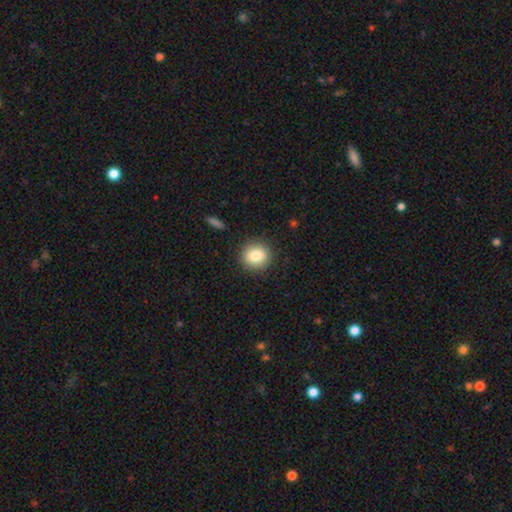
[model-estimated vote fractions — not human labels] Smooth or featured? smooth (83%)
How rounded? round (87%)
Merging? none (89%)